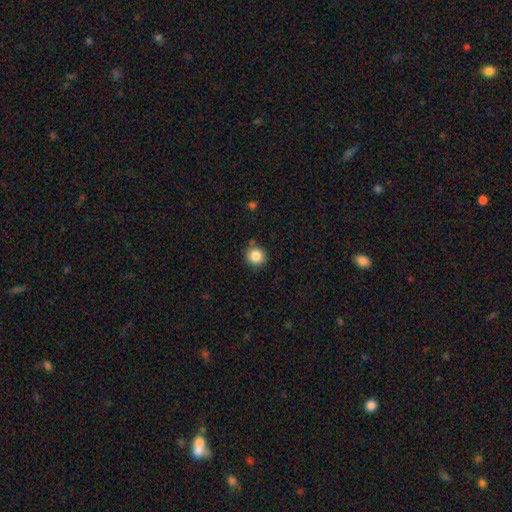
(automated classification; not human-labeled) Q: Smooth or featured?
A: smooth (85%); runner-up: star or artifact (10%)
Q: How rounded?
A: round (92%); runner-up: in between (7%)
Q: Merging?
A: none (84%); runner-up: minor disturbance (10%)